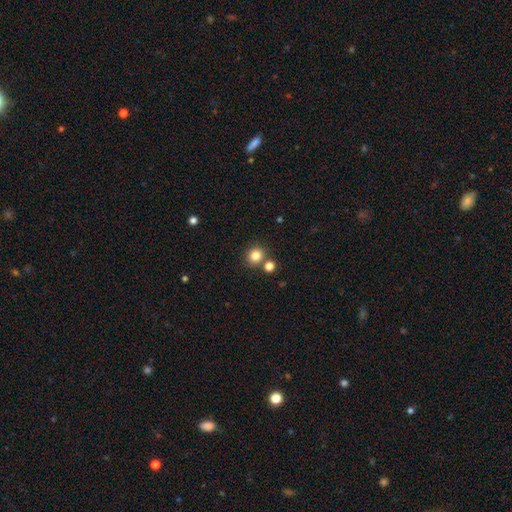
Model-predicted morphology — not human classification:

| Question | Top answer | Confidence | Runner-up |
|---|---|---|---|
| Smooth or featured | smooth | 82% | star or artifact (13%) |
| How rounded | round | 88% | in between (12%) |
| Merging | none | 76% | merger (14%) |